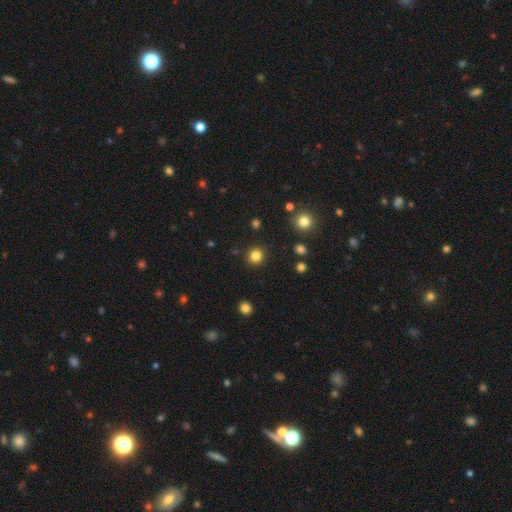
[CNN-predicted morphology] smooth 83%, star or artifact 13%, featured or disk 4%. Down the decision tree: how rounded — round (93%); merging — none (91%).